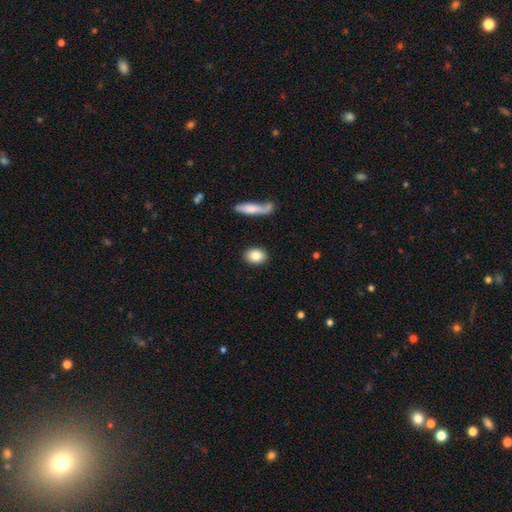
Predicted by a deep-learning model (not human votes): smooth 84%, featured or disk 9%, star or artifact 7%. Down the decision tree: how rounded — in between (63%); merging — none (88%).